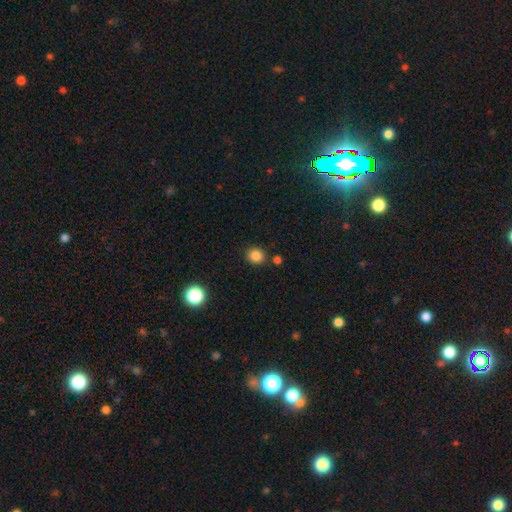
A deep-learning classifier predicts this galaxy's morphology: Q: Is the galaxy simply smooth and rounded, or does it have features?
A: smooth — 84%.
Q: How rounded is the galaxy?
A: round — 81%.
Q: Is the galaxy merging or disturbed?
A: none — 84%.